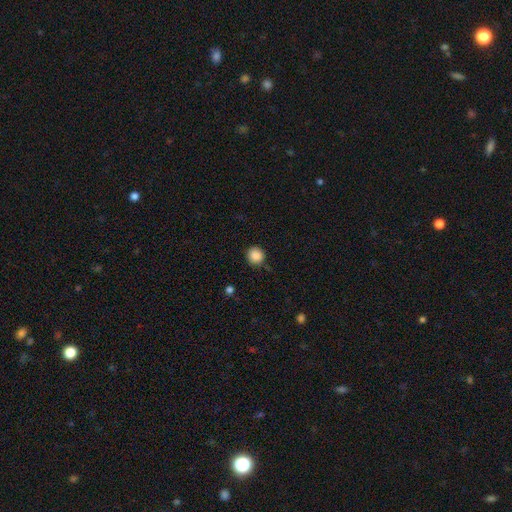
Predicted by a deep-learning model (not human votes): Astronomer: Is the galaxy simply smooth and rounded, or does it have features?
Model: smooth — 87%.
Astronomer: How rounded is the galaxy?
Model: round — 90%.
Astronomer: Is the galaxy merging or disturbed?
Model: none — 83%.